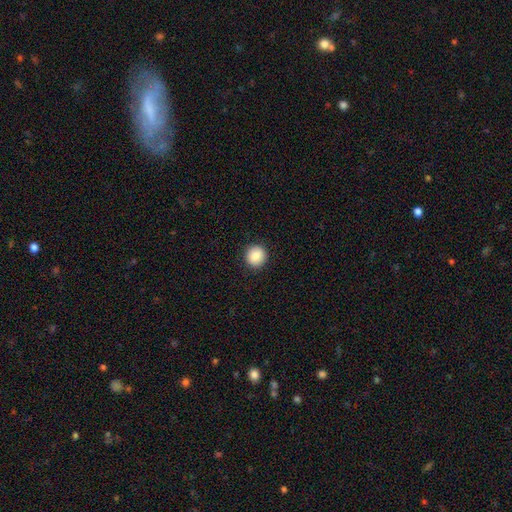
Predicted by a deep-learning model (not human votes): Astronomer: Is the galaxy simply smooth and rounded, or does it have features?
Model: smooth — 86%.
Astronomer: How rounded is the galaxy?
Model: round — 93%.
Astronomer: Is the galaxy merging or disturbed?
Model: none — 92%.